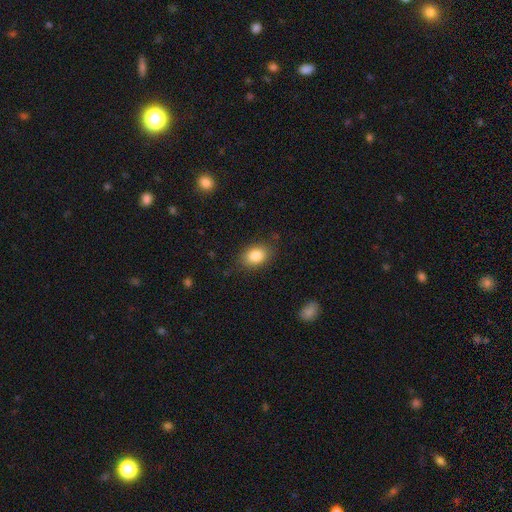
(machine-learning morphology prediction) Smooth or featured?
  - smooth: 85% *
  - star or artifact: 8%
  - featured or disk: 7%
How rounded?
  - in between: 76% *
  - round: 23%
  - cigar-shaped: 1%
Merging?
  - none: 82% *
  - minor disturbance: 13%
  - major disturbance: 3%
  - merger: 1%